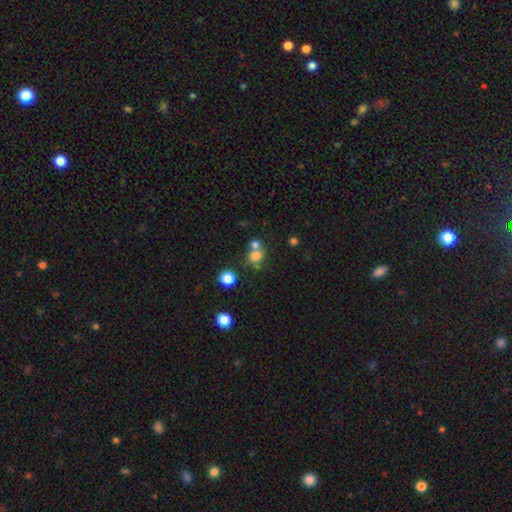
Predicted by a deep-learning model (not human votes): smooth 75%, star or artifact 15%, featured or disk 10%. Down the decision tree: how rounded — round (80%); merging — none (48%).